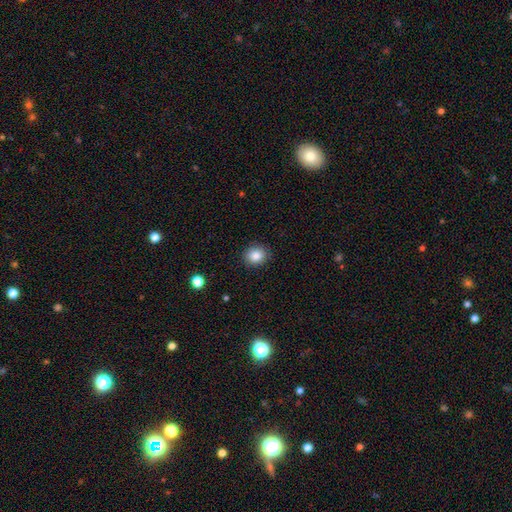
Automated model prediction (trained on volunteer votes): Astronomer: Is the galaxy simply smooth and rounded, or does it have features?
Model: smooth — 85%.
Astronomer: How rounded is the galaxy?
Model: round — 73%.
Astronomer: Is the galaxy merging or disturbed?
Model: none — 89%.